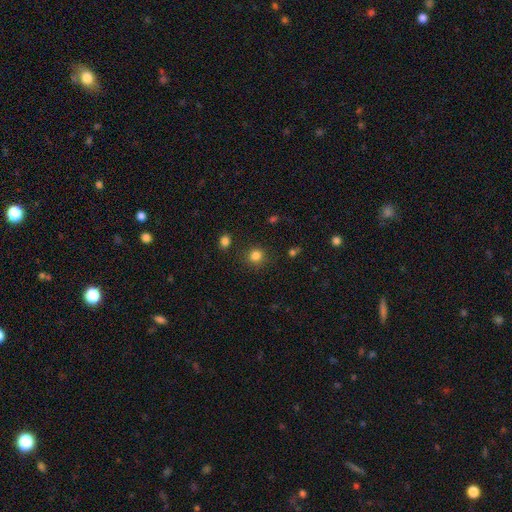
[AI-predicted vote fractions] A smooth galaxy with no disk features (83%) that is round (86%). Merging: none (85%).